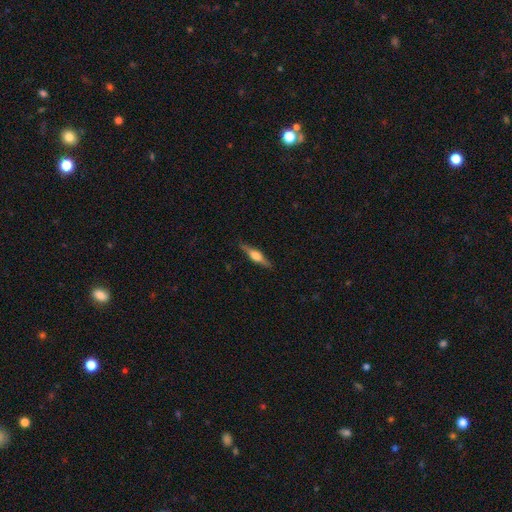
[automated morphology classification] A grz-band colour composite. It shows a featured or disk galaxy (73%) viewed edge-on (98%) with a rounded central bulge (89%). Merging: none (89%).